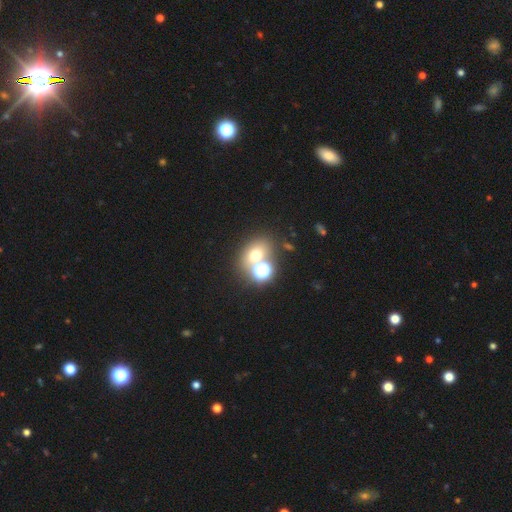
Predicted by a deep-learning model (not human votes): Smooth or featured: smooth — 58% (star or artifact — 28%)
How rounded: round — 54% (in between — 45%)
Merging: none — 54% (merger — 32%)